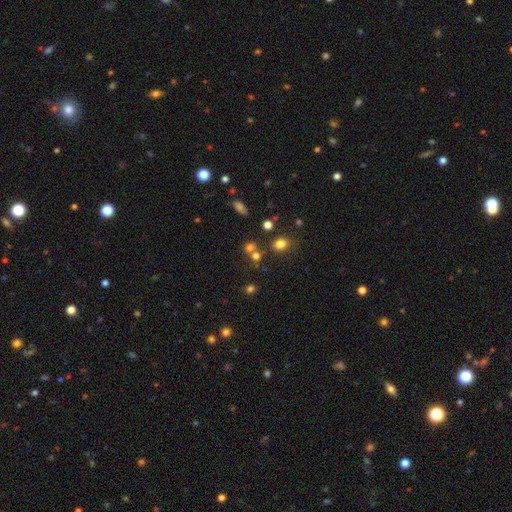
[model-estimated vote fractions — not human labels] Morphology: type=smooth (67%); roundness=round (77%); merging=none (58%).